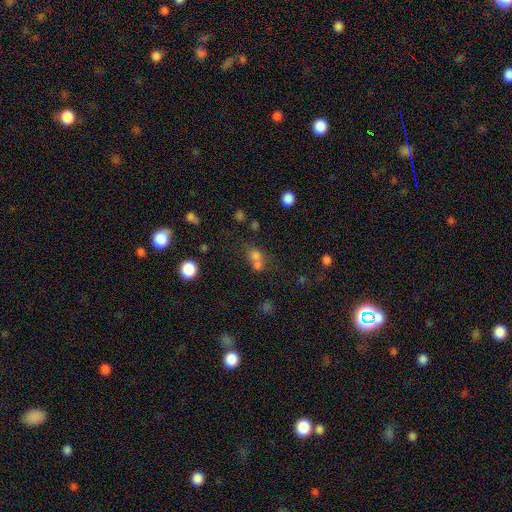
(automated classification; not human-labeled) The model was most divided on "merging": merger: 52%, none: 34%, minor disturbance: 9%, major disturbance: 5%. More confident: smooth or featured — smooth (70%); how rounded — round (69%).